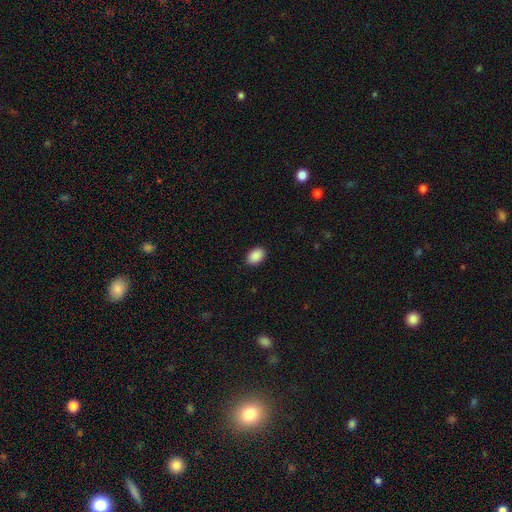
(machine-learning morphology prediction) A smooth galaxy with no disk features (90%) that is in between round and cigar-shaped (86%).

Vote fractions:
- Smooth or featured? smooth: 90% / star or artifact: 7% / featured or disk: 3%
- How rounded? in between: 86% / round: 13% / cigar-shaped: 1%
- Merging? none: 90% / minor disturbance: 7% / major disturbance: 2% / merger: 1%